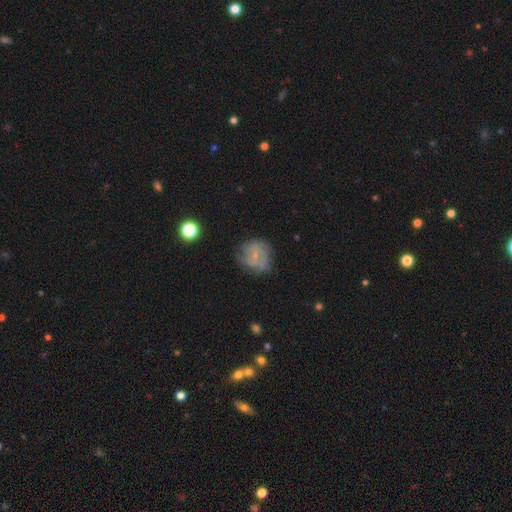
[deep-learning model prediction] Morphology: type=featured or disk (54%); edge-on=no (98%); bar=no (59%); spiral arms=yes (72%); bulge=small (71%); merging=none (58%).